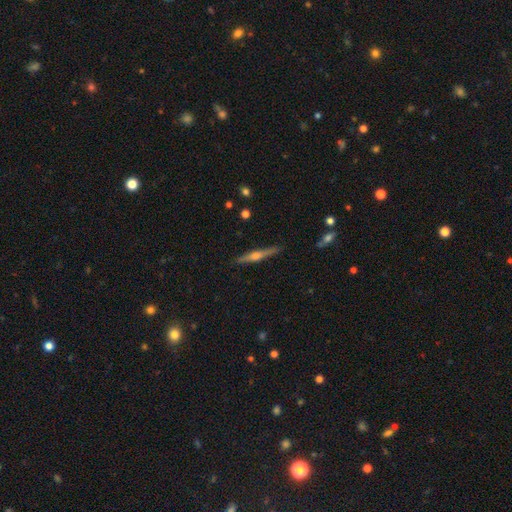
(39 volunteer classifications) This is likely a featured or disk galaxy (72%). It is clearly viewed edge-on (100%). Edge-on bulge: clearly rounded (96%). Merging: clearly none (86%).